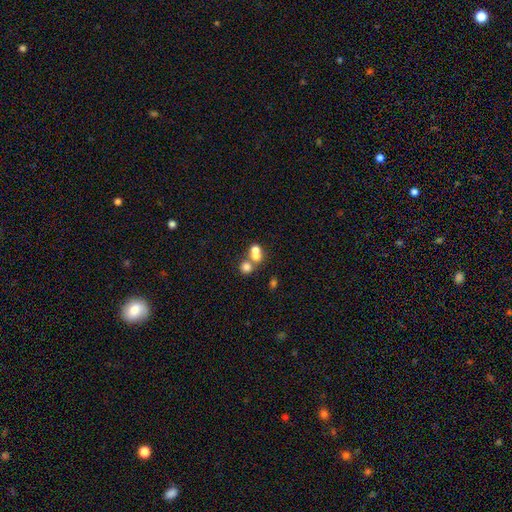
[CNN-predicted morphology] Smooth or featured? smooth (70%)
How rounded? round (66%)
Merging? merger (65%)